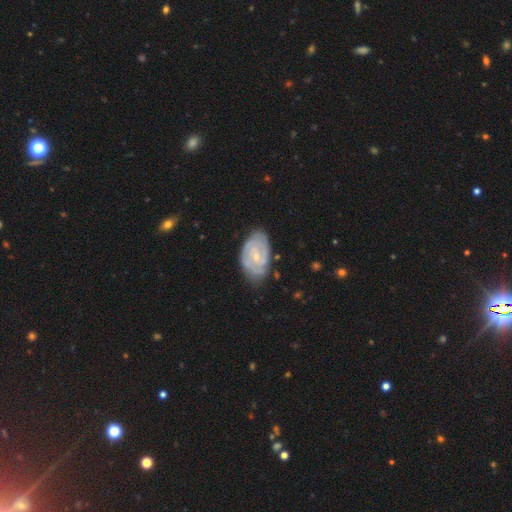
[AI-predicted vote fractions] This appears to be a featured or disk galaxy (81%) with a weak bar (46%), 2 (59%) tight (63%) spiral arms (94%) and a small central bulge (70%). Merging: none (75%).